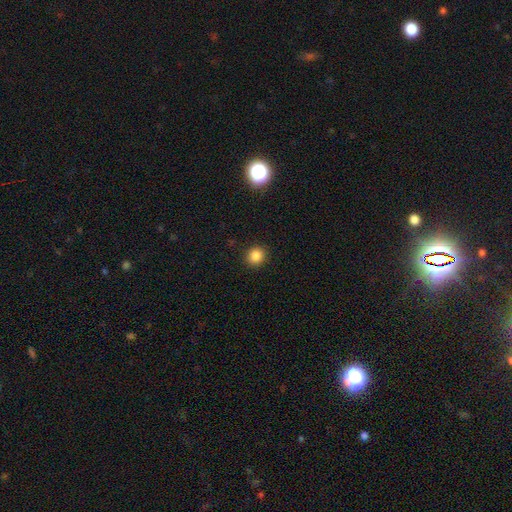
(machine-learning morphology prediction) smooth 85%, star or artifact 11%, featured or disk 4%. Down the decision tree: how rounded — round (87%); merging — none (91%).